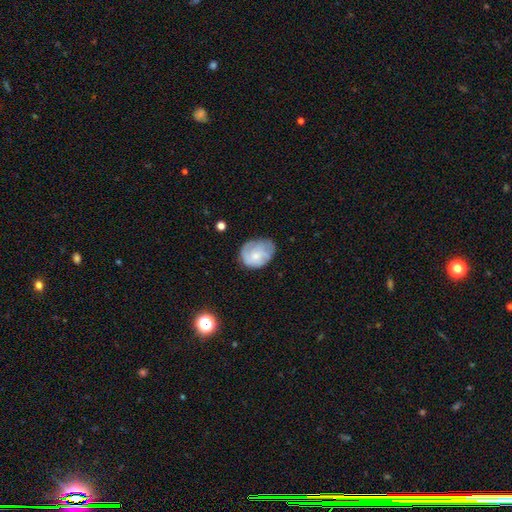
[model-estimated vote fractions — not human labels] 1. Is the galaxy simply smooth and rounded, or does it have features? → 55% smooth, 38% featured or disk, 7% star or artifact.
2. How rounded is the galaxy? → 53% in between, 46% round, 1% cigar-shaped.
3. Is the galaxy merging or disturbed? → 57% none, 31% minor disturbance, 11% major disturbance, 2% merger.